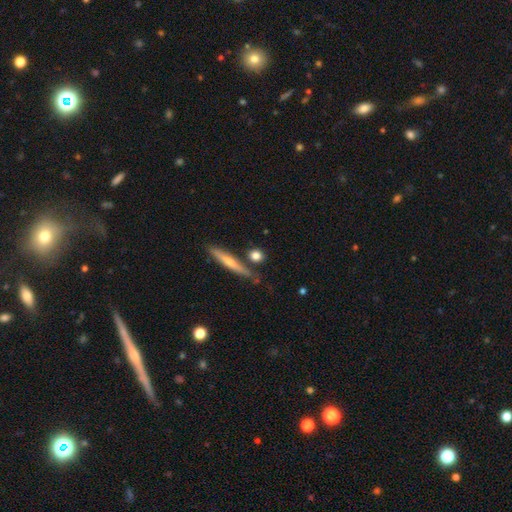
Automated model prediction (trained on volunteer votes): Morphology: type=smooth (77%); roundness=round (63%); merging=none (74%).